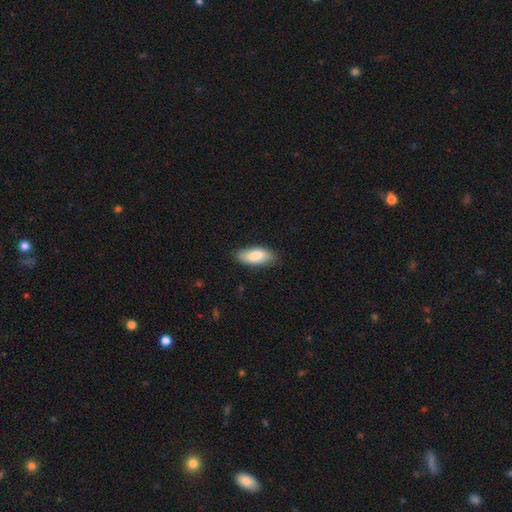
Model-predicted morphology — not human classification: Smooth or featured? smooth (84%)
How rounded? in between (84%)
Merging? none (82%)